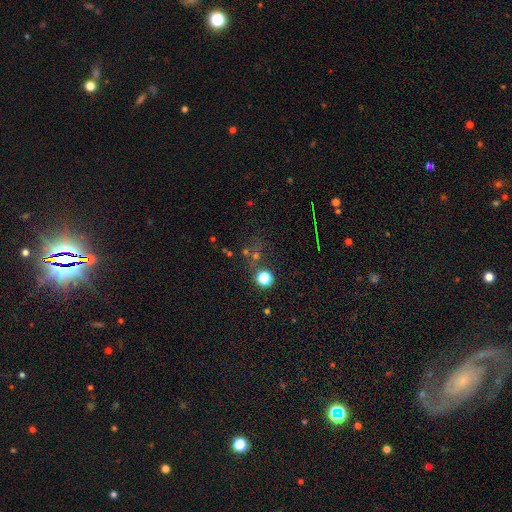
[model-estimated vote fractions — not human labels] Smooth or featured? Predicted: star or artifact (p=0.55).